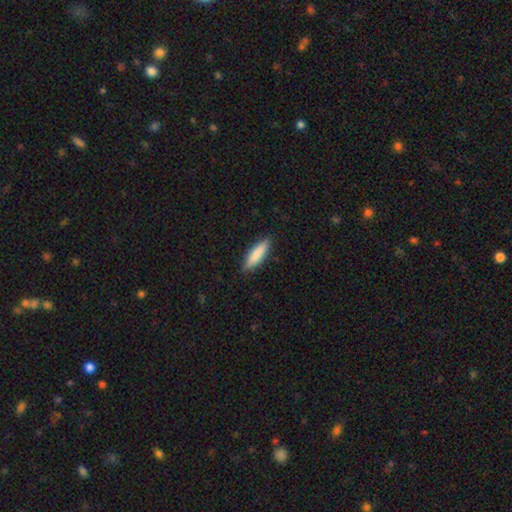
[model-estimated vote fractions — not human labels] Q: Smooth or featured?
A: smooth (87%); runner-up: featured or disk (8%)
Q: How rounded?
A: cigar-shaped (60%); runner-up: in between (38%)
Q: Merging?
A: none (89%); runner-up: minor disturbance (9%)